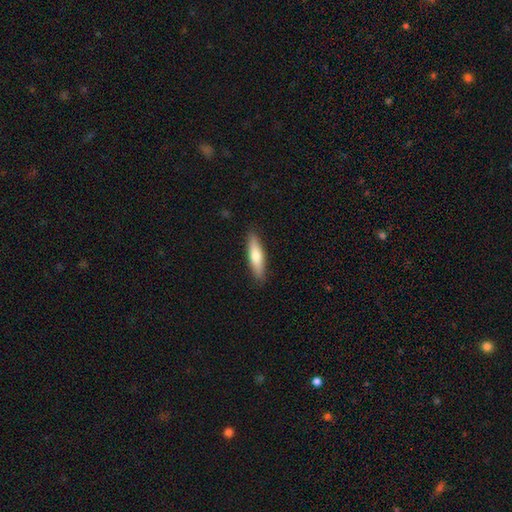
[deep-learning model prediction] smooth 73%, featured or disk 22%, star or artifact 5%. Down the decision tree: how rounded — cigar-shaped (75%); merging — none (89%).